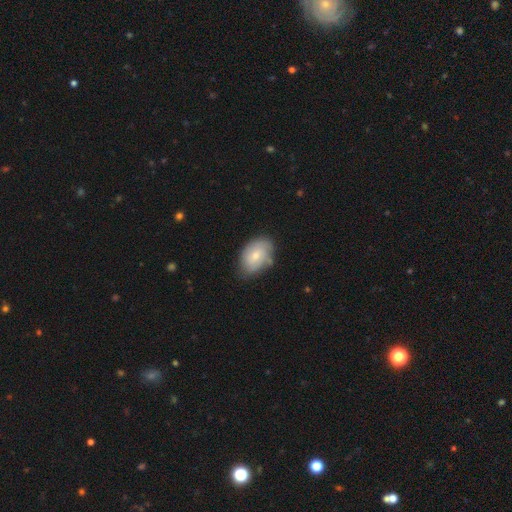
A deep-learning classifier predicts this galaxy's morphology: The model was most divided on "smooth or featured": smooth: 64%, featured or disk: 30%, star or artifact: 7%. More confident: how rounded — in between (86%); merging — none (66%).